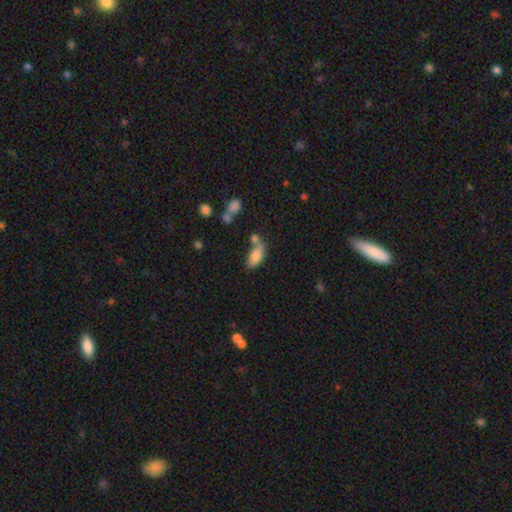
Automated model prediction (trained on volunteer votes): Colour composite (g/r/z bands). It shows a smooth galaxy with no disk features (79%) that is in between round and cigar-shaped (87%). Merging: none (36%).